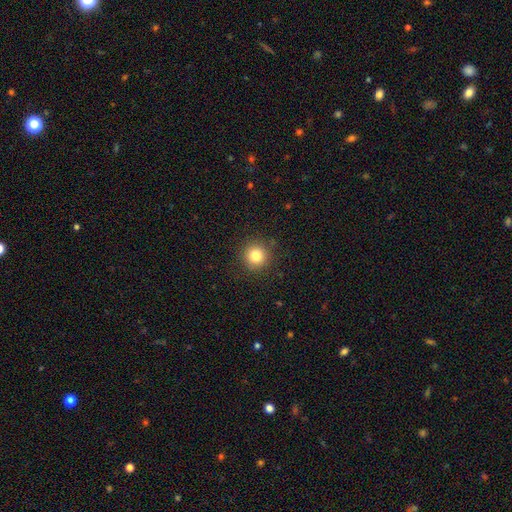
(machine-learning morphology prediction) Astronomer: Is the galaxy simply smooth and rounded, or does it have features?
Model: smooth — 82%.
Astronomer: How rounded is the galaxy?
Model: round — 95%.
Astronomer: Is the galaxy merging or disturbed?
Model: none — 90%.